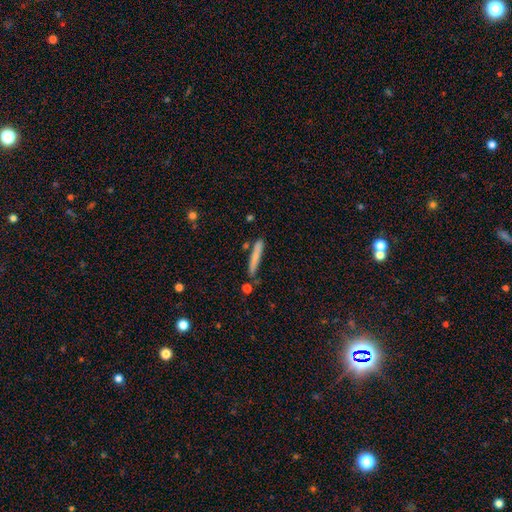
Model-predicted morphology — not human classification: Overall: smooth (72%). How rounded: cigar-shaped (95%). Merging: none (78%).